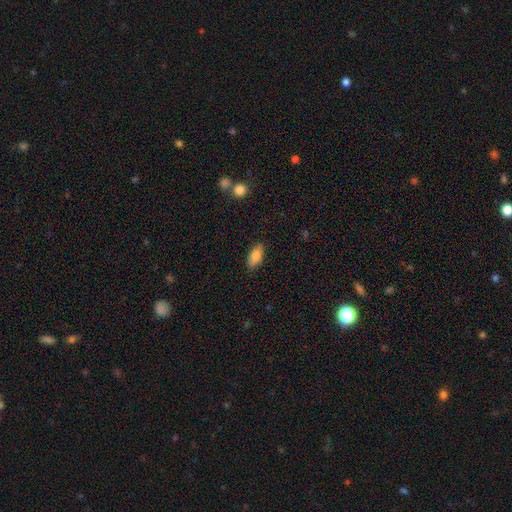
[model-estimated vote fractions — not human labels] smooth 82%, featured or disk 11%, star or artifact 7%. Down the decision tree: how rounded — in between (89%); merging — none (87%).